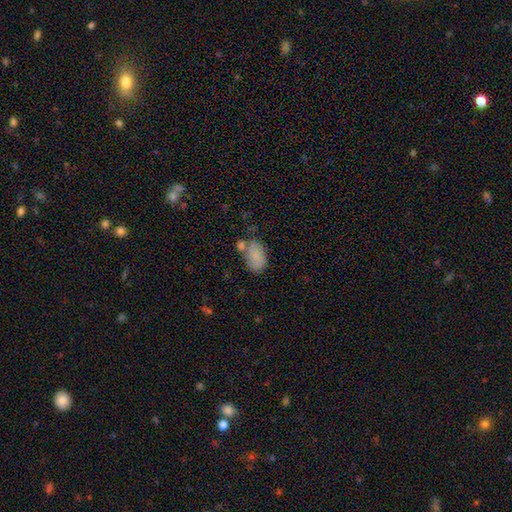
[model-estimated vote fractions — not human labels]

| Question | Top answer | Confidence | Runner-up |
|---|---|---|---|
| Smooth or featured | smooth | 81% | featured or disk (11%) |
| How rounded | in between | 90% | round (8%) |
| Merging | none | 50% | minor disturbance (21%) |